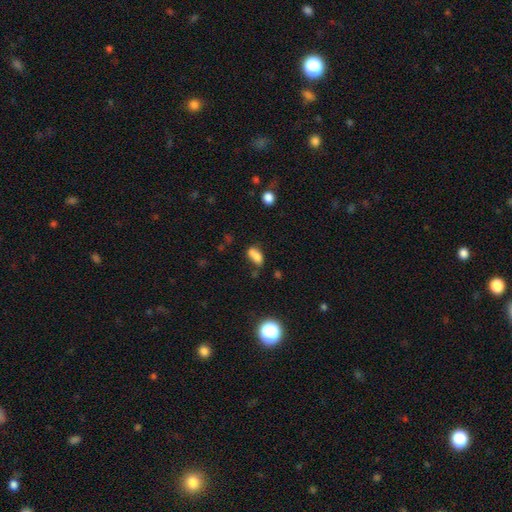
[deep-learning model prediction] A smooth galaxy with no disk features (72%) that is in between round and cigar-shaped (80%). Merging: merger (43%).